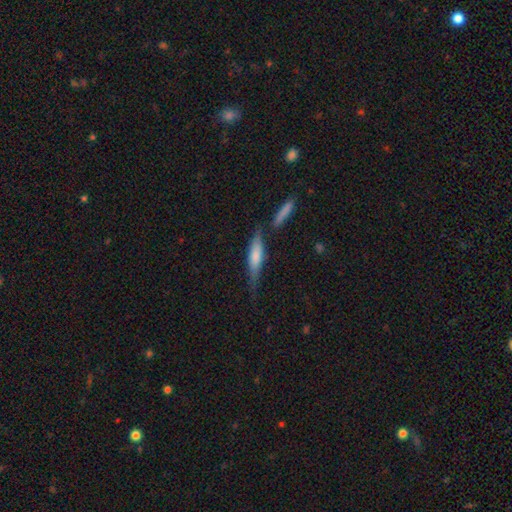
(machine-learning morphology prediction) type=smooth (62%); roundness=cigar-shaped (73%); merging=none (59%).